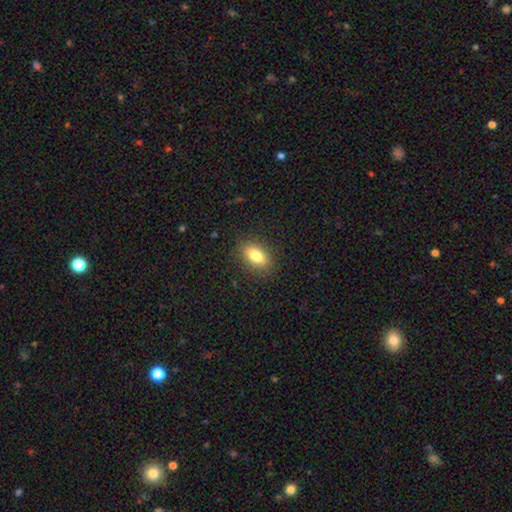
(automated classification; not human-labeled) Q: Smooth or featured?
A: smooth (81%); runner-up: featured or disk (11%)
Q: How rounded?
A: in between (87%); runner-up: round (9%)
Q: Merging?
A: none (87%); runner-up: minor disturbance (9%)